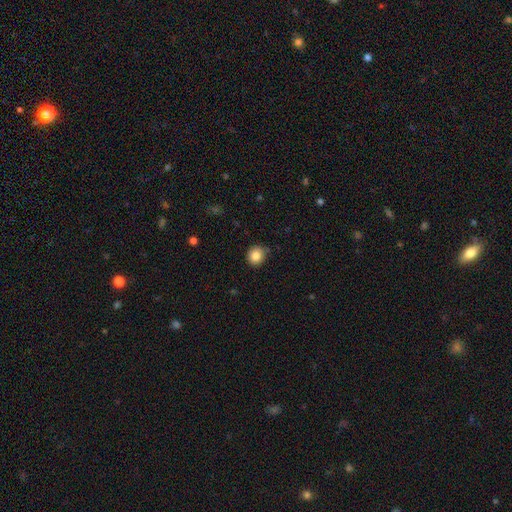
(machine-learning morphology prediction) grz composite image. It shows a smooth galaxy with no disk features (84%) that is round (85%). Merging: none (82%).